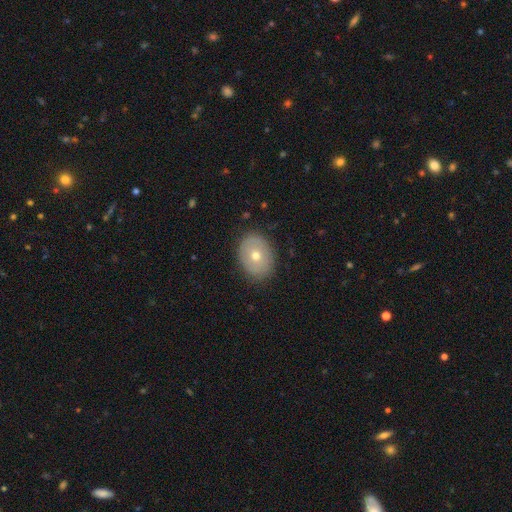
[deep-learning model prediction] Smooth or featured?
  - smooth: 58% *
  - featured or disk: 34%
  - star or artifact: 8%
How rounded?
  - in between: 60% *
  - round: 39%
  - cigar-shaped: 1%
Merging?
  - none: 86% *
  - minor disturbance: 10%
  - major disturbance: 3%
  - merger: 1%